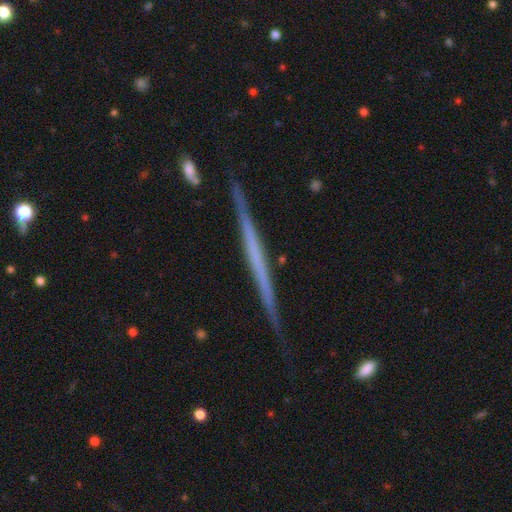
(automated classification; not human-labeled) Smooth or featured?
  - featured or disk: 69% *
  - smooth: 25%
  - star or artifact: 6%
Edge-on disk?
  - yes: 98% *
  - no: 2%
Edge-on bulge?
  - none: 89% *
  - rounded: 7%
  - boxy: 5%
Merging?
  - none: 89% *
  - minor disturbance: 8%
  - merger: 2%
  - major disturbance: 1%